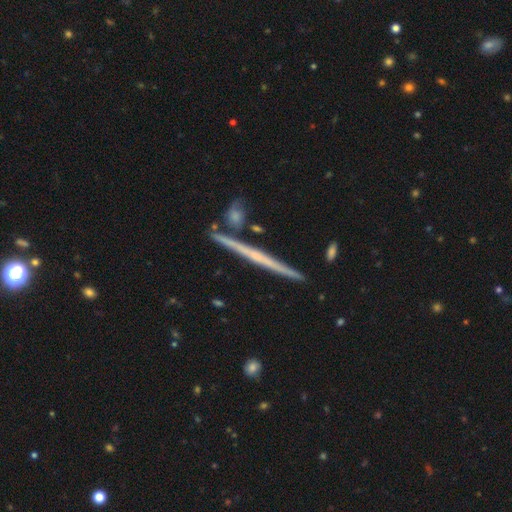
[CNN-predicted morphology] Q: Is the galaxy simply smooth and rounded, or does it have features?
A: featured or disk — 71%.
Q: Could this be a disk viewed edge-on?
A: yes — 98%.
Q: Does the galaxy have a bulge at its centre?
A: none — 71%.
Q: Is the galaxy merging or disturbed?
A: none — 86%.